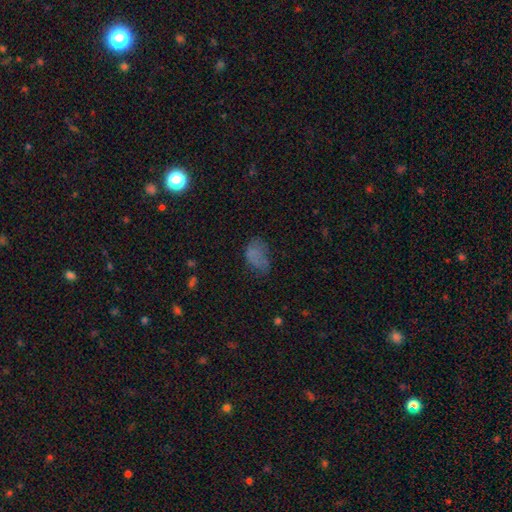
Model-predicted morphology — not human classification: Overall: smooth (64%). How rounded: in between (86%). Merging: none (38%; minor disturbance 31%).